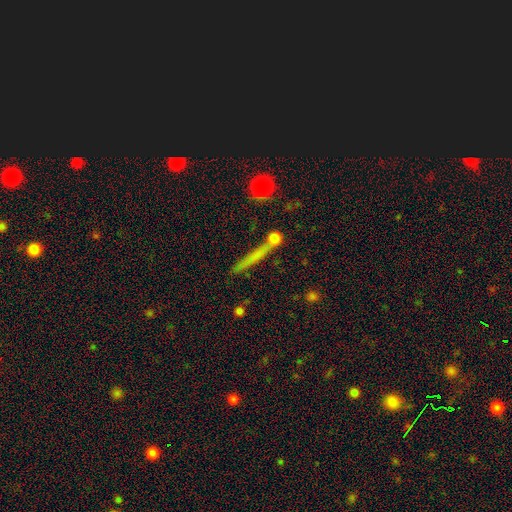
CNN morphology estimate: A smooth galaxy with no disk features (57%) that is cigar-shaped (89%).

Vote fractions:
- Smooth or featured? smooth: 57% / featured or disk: 33% / star or artifact: 10%
- How rounded? cigar-shaped: 89% / round: 6% / in between: 5%
- Merging? none: 77% / minor disturbance: 11% / merger: 8% / major disturbance: 4%